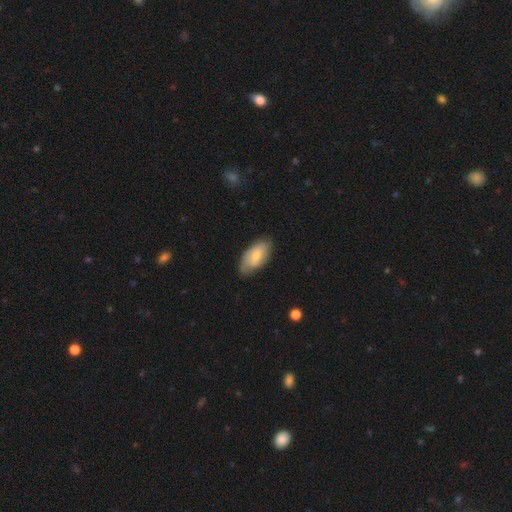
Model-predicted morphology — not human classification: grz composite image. It shows a smooth galaxy with no disk features (67%) that is in between round and cigar-shaped (92%). Merging: none (75%).